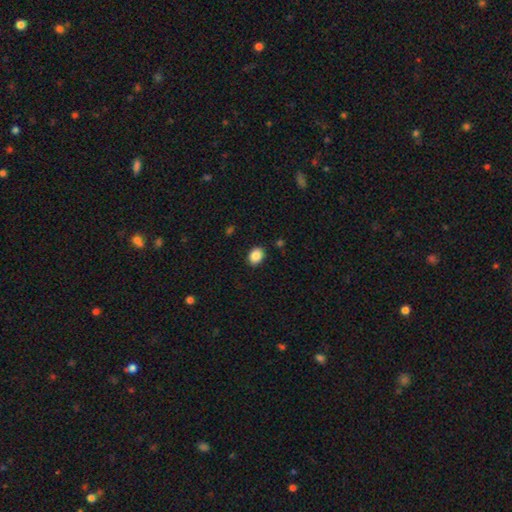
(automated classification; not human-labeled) smooth 88%, star or artifact 8%, featured or disk 4%. Down the decision tree: how rounded — in between (61%); merging — none (88%).